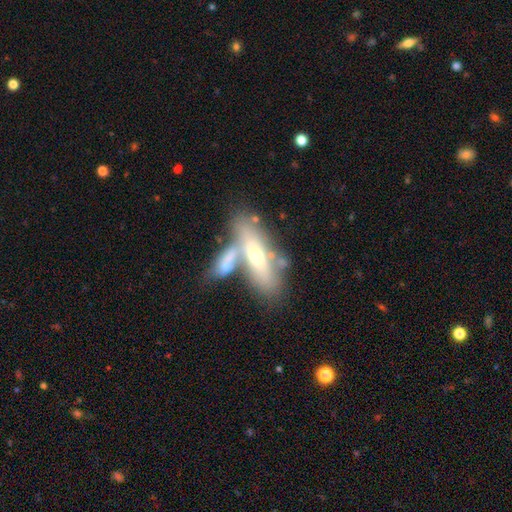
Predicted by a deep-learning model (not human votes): A featured or disk galaxy (50%).

Vote fractions:
- Smooth or featured? featured or disk: 50% / smooth: 43% / star or artifact: 7%
- Edge-on disk? no: 55% / yes: 45%
- Merging? merger: 43% / none: 37% / minor disturbance: 13% / major disturbance: 7%